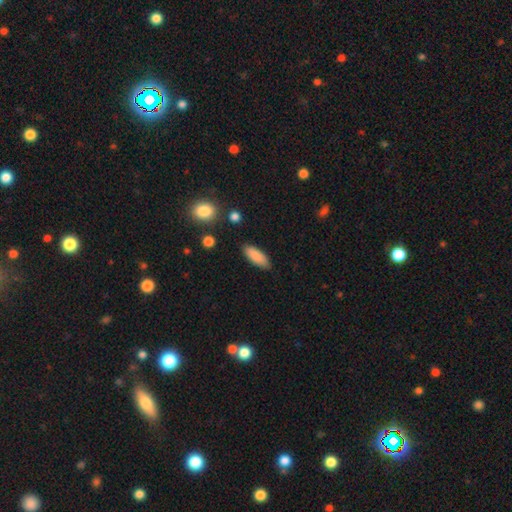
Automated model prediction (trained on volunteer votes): Smooth or featured: smooth — 87% (star or artifact — 7%)
How rounded: in between — 66% (cigar-shaped — 32%)
Merging: none — 86% (minor disturbance — 10%)